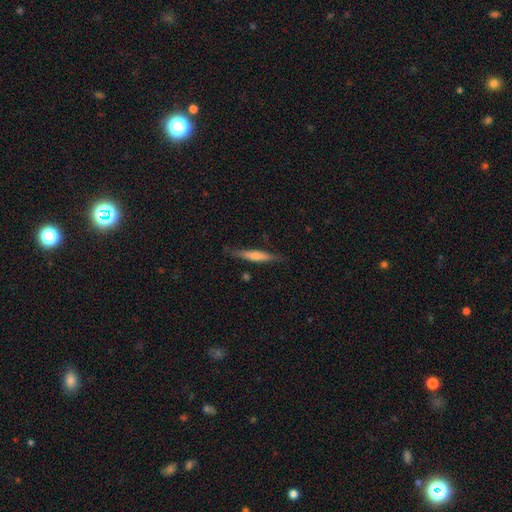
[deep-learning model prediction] This appears to be a smooth galaxy with no disk features (55%) that is cigar-shaped (92%). Merging: none (83%).